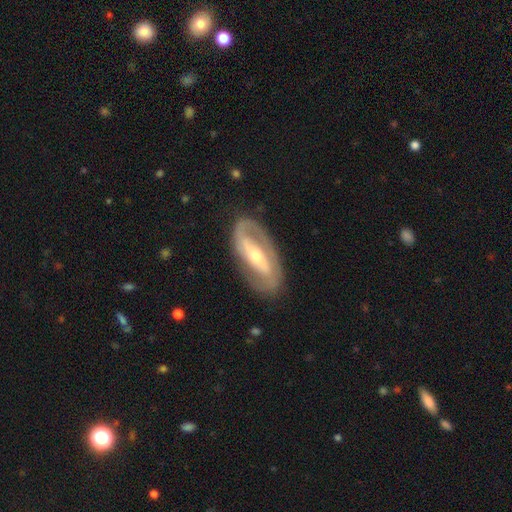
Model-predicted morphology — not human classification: Smooth or featured?
  - featured or disk: 81% *
  - smooth: 15%
  - star or artifact: 5%
Edge-on disk?
  - no: 91% *
  - yes: 9%
Bar?
  - strong: 58% *
  - weak: 23%
  - no: 19%
Spiral arms?
  - yes: 77% *
  - no: 23%
Spiral winding?
  - tight: 40% *
  - medium: 39%
  - loose: 21%
Spiral arm count?
  - 2: 76% *
  - can't tell: 10%
  - 1: 10%
  - 3: 1%
  - 4: 1%
  - more than 4: 1%
Bulge size?
  - moderate: 47% * (tied)
  - small: 47% * (tied)
  - large: 4%
  - none: 1%
  - dominant: 1%
Merging?
  - none: 78% *
  - minor disturbance: 14%
  - major disturbance: 7%
  - merger: 1%